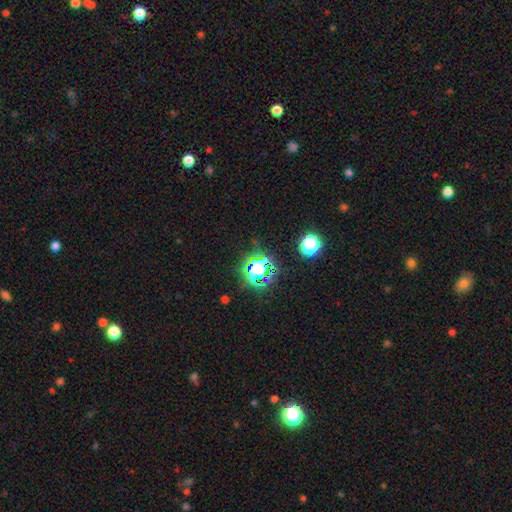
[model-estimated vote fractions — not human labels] This is likely a star or artifact rather than a galaxy (75%).